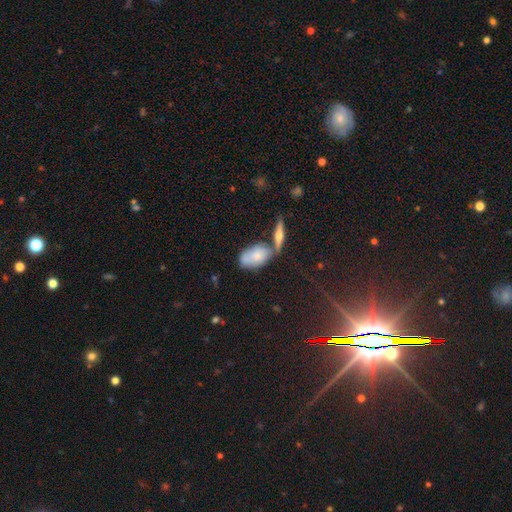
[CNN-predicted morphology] The model was most divided on "merging": none: 48%, merger: 27%, minor disturbance: 19%, major disturbance: 6%. More confident: how rounded — in between (90%); smooth or featured — smooth (72%).